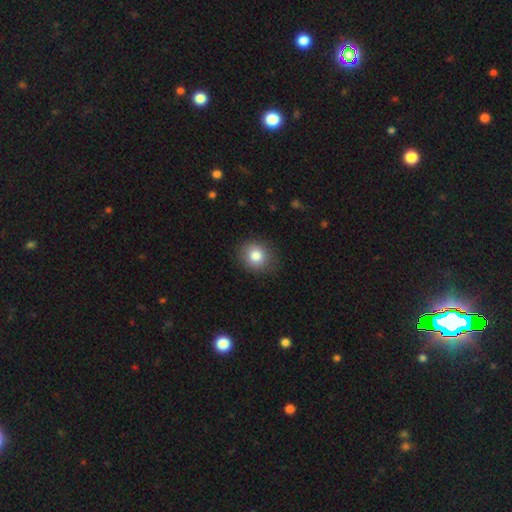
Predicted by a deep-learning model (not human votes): Smooth or featured? smooth (83%)
How rounded? round (73%)
Merging? none (84%)